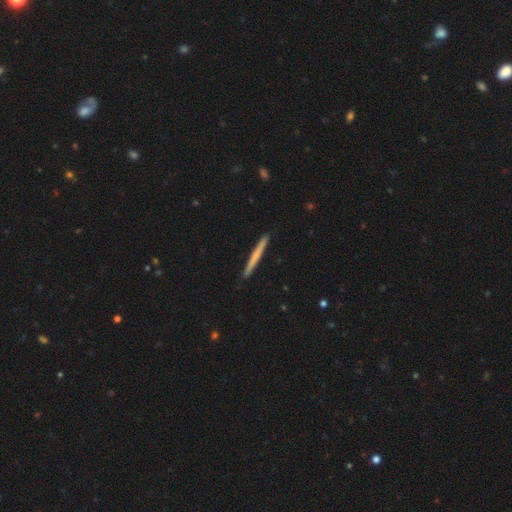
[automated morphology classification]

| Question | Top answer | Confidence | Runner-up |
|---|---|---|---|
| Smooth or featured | smooth | 60% | featured or disk (35%) |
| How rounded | cigar-shaped | 97% | in between (2%) |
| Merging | none | 92% | minor disturbance (5%) |